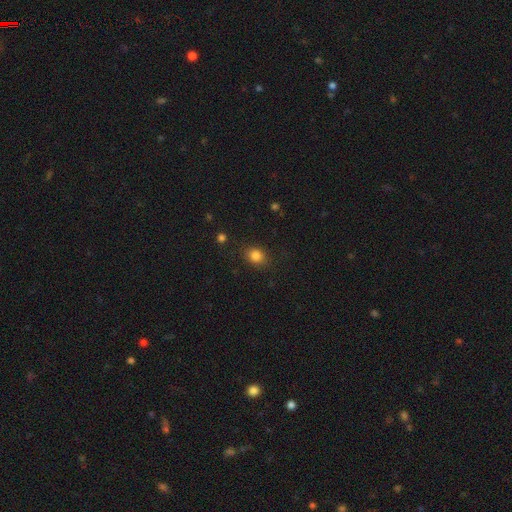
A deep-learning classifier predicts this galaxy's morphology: smooth-or-featured: smooth: 83% | star or artifact: 12% | featured or disk: 6%
  how-rounded: round: 52% | in between: 47% | cigar-shaped: 1%
  merging: none: 85% | minor disturbance: 11% | major disturbance: 3% | merger: 1%